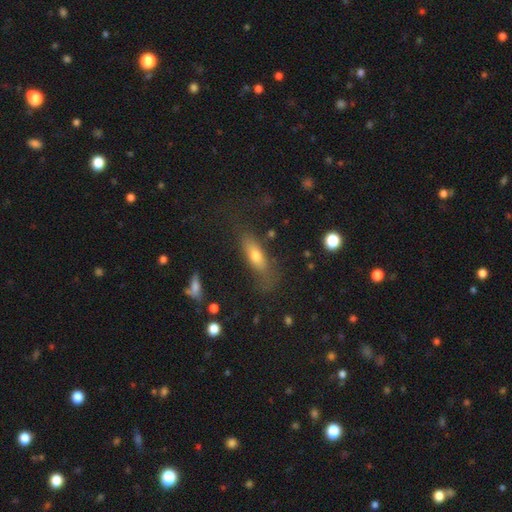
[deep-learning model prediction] A smooth galaxy with no disk features (62%) that is in between round and cigar-shaped (54%).

Vote fractions:
- Smooth or featured? smooth: 62% / featured or disk: 27% / star or artifact: 11%
- How rounded? in between: 54% / cigar-shaped: 41% / round: 5%
- Merging? none: 62% / minor disturbance: 22% / major disturbance: 13% / merger: 3%